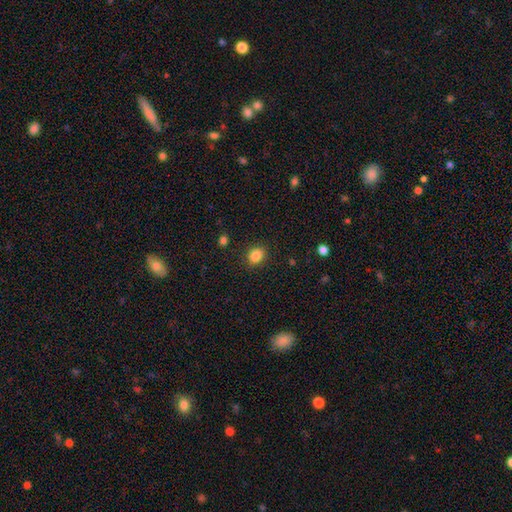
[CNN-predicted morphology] Smooth or featured? Predicted: smooth (p=0.86). How rounded? Predicted: round (p=0.54). Merging? Predicted: none (p=0.87).